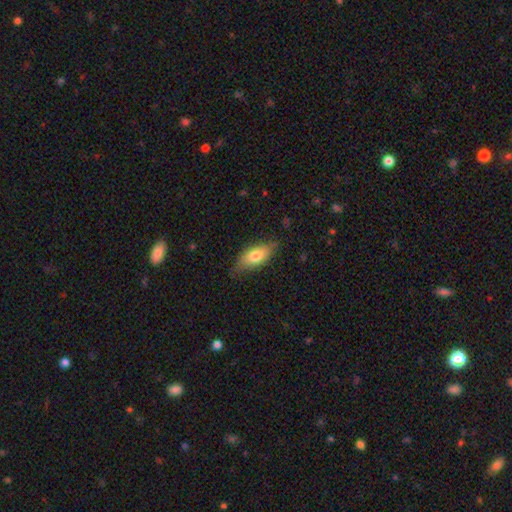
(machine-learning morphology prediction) Smooth or featured: smooth — 74% (featured or disk — 20%)
How rounded: in between — 81% (cigar-shaped — 16%)
Merging: none — 72% (minor disturbance — 22%)